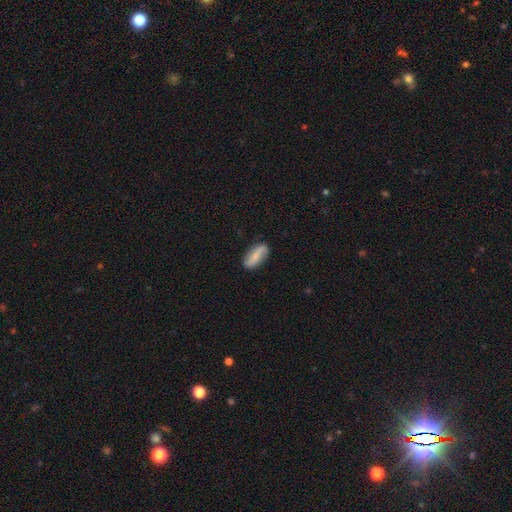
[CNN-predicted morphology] smooth-or-featured: smooth: 54% | featured or disk: 39% | star or artifact: 7%
  how-rounded: in between: 77% | cigar-shaped: 20% | round: 3%
  merging: none: 81% | minor disturbance: 14% | major disturbance: 3% | merger: 2%